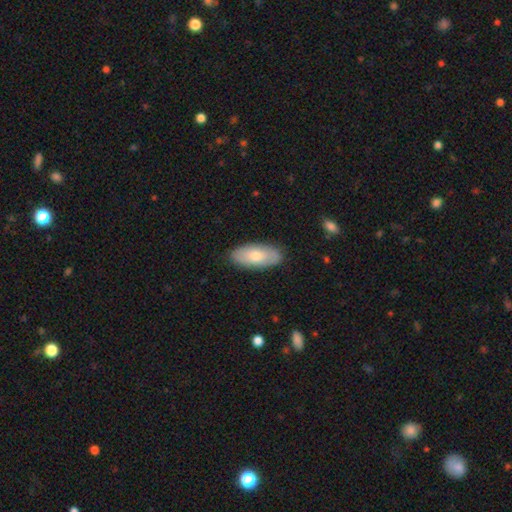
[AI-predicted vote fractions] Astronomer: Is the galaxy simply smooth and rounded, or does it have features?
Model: smooth — 67%.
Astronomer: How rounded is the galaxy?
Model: in between — 88%.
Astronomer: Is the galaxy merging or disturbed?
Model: none — 87%.